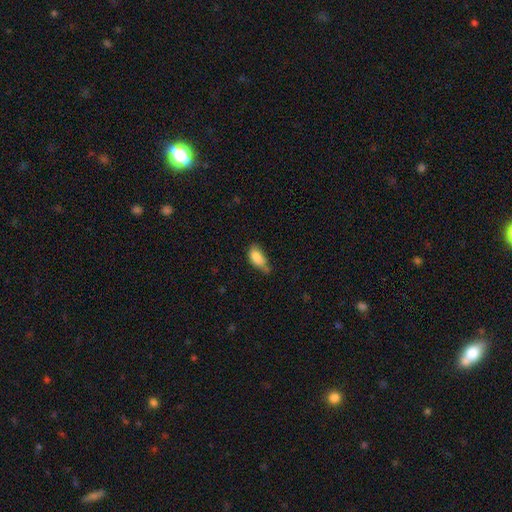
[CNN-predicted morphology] A smooth galaxy with no disk features (84%) that is in between round and cigar-shaped (90%). Merging: minor disturbance (41%).